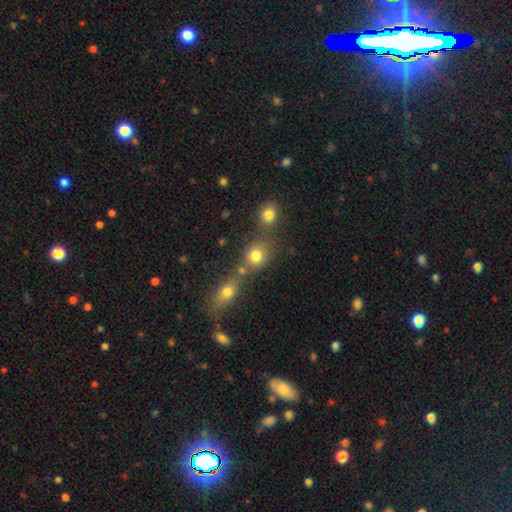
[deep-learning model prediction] A smooth galaxy with no disk features (78%) that is round (79%). Merging: none (47%).